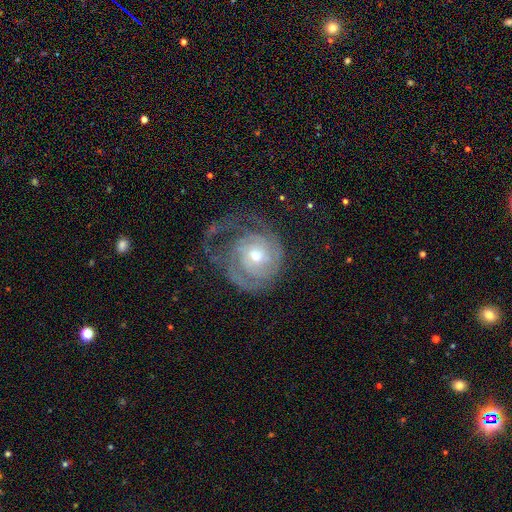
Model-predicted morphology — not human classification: A featured or disk galaxy (84%) with no bar (68%), 2 (32%) tight (67%) spiral arms (94%) and a moderate central bulge (59%). Merging: none (50%).